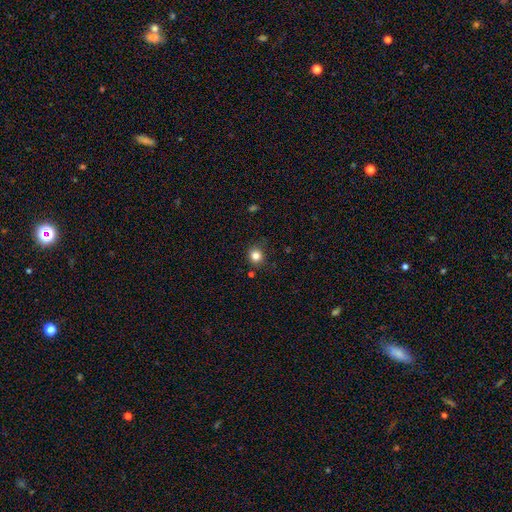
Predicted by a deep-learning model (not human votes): A smooth galaxy with no disk features (83%) that is round (90%). Merging: none (87%).